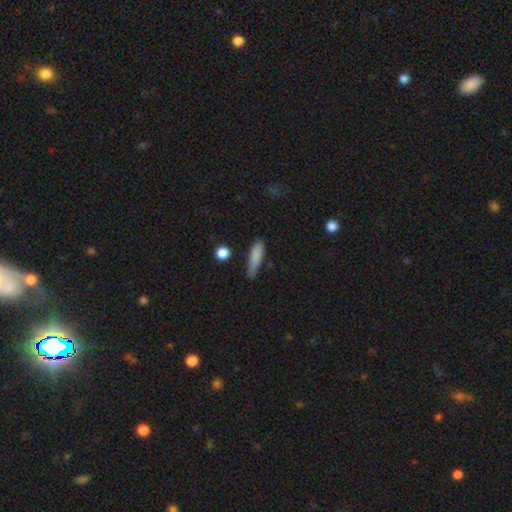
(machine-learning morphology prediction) Smooth or featured? Predicted: smooth (p=0.83). How rounded? Predicted: cigar-shaped (p=0.68). Merging? Predicted: none (p=0.58).